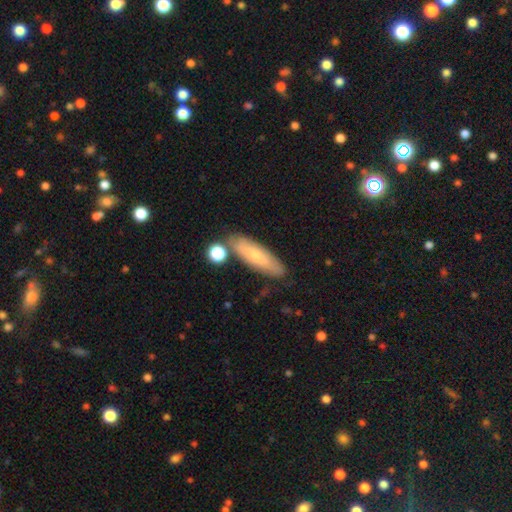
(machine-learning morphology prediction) This appears to be a smooth galaxy with no disk features (63%) that is cigar-shaped (52%). Merging: none (75%).